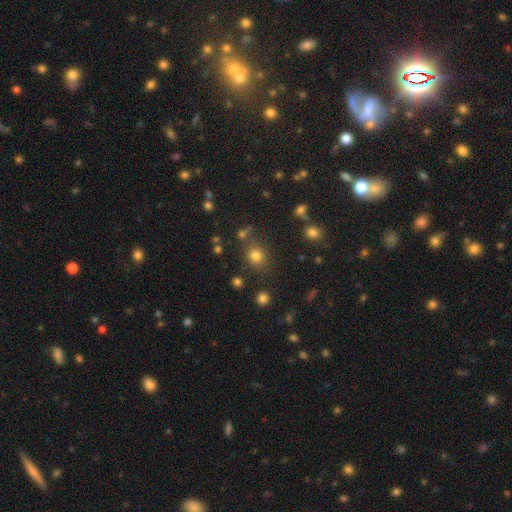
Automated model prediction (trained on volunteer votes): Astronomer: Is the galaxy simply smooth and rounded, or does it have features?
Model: smooth — 77%.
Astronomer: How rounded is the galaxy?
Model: round — 73%.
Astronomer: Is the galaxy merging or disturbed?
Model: none — 75%.